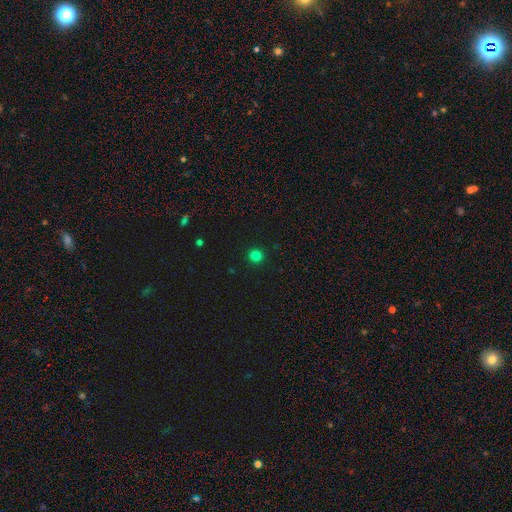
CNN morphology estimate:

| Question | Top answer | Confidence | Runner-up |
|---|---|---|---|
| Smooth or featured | smooth | 82% | star or artifact (15%) |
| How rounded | round | 96% | in between (3%) |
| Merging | none | 93% | minor disturbance (4%) |